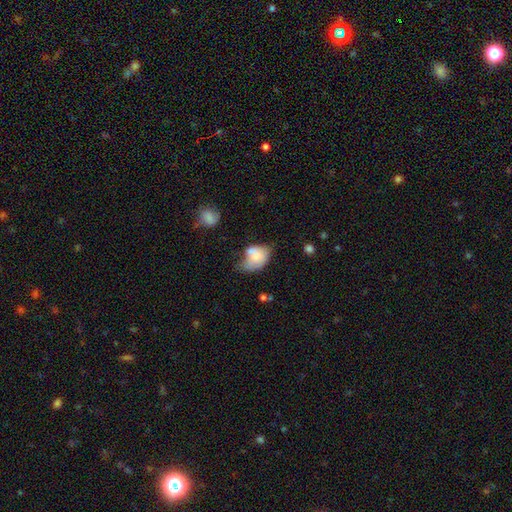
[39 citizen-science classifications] Smooth or featured? smooth (74%)
How rounded? in between (83%)
Merging? minor disturbance (49%)